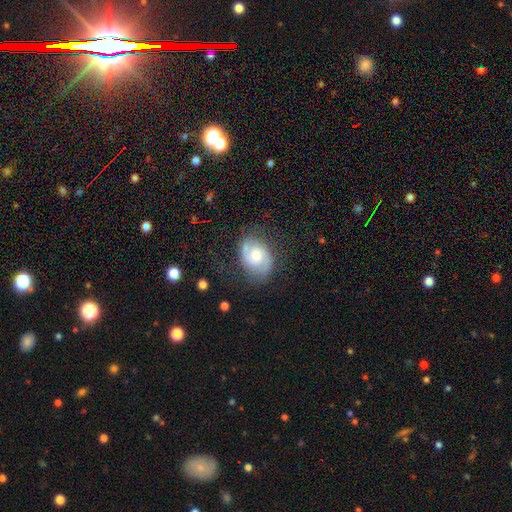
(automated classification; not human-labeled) smooth-or-featured: featured or disk: 71% | smooth: 22% | star or artifact: 7%
  disk-edge-on: no: 97% | yes: 3%
    bar: no: 61% | weak: 34% | strong: 6%
    has-spiral-arms: yes: 92% | no: 8%
      spiral-winding: medium: 49% | tight: 29% | loose: 21%
      spiral-arm-count: 2: 87% | can't tell: 7% | 1: 3% | 3: 1% | 4: 1% | more than 4: 1%
    bulge-size: moderate: 59% | small: 23% | large: 14% | none: 3% | dominant: 2%
  merging: none: 69% | minor disturbance: 20% | major disturbance: 9% | merger: 1%